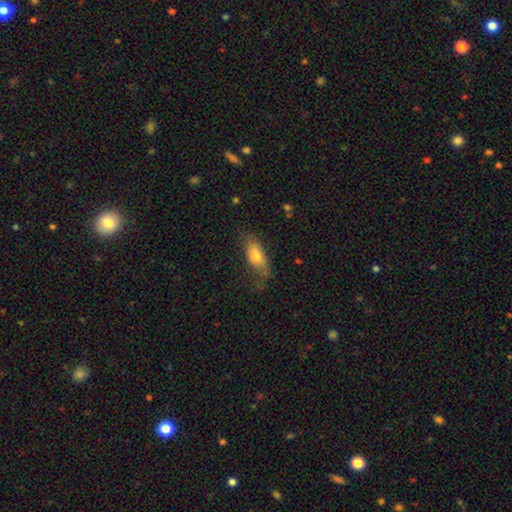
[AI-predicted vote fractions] A smooth galaxy with no disk features (73%) that is in between round and cigar-shaped (81%).

Vote fractions:
- Smooth or featured? smooth: 73% / featured or disk: 20% / star or artifact: 8%
- How rounded? in between: 81% / cigar-shaped: 15% / round: 4%
- Merging? none: 53% / minor disturbance: 29% / major disturbance: 16% / merger: 2%